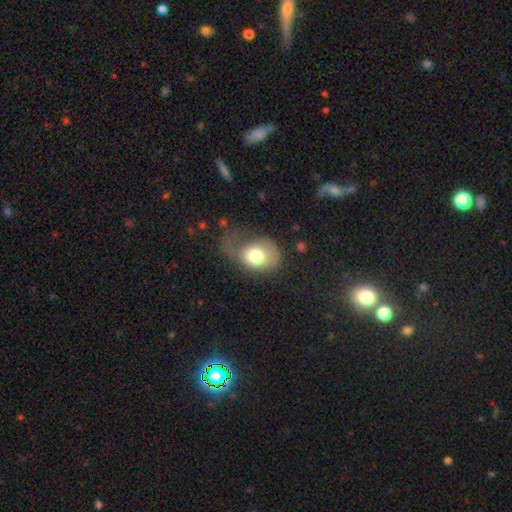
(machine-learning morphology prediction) Overall: smooth (70%). How rounded: in between (57%; round 42%). Merging: major disturbance (43%; minor disturbance 29%).